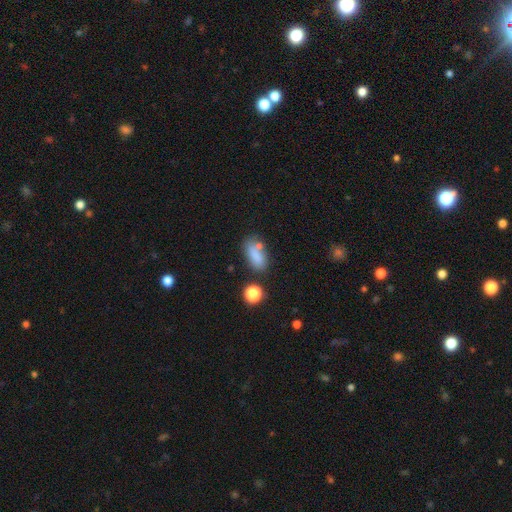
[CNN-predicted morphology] A smooth galaxy with no disk features (78%) that is in between round and cigar-shaped (81%). Merging: none (58%).